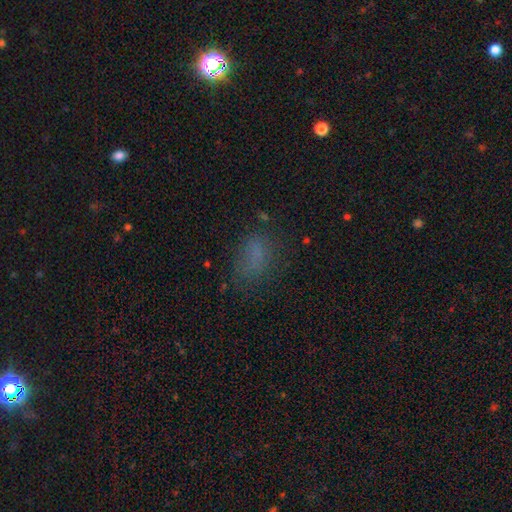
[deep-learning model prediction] smooth-or-featured: smooth: 70% | star or artifact: 19% | featured or disk: 11%
  how-rounded: in between: 82% | round: 14% | cigar-shaped: 5%
  merging: none: 62% | minor disturbance: 21% | major disturbance: 14% | merger: 2%